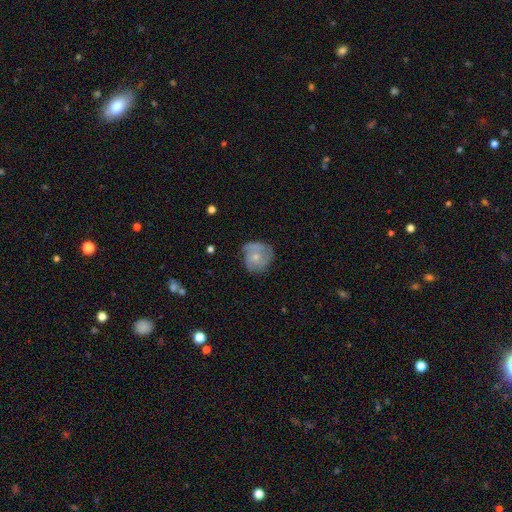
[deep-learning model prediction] The model was most divided on "smooth or featured": featured or disk: 56%, smooth: 36%, star or artifact: 8%. More confident: edge-on disk — no (97%); bar — no (82%); spiral arms — yes (76%); merging — none (62%); bulge size — small (59%).